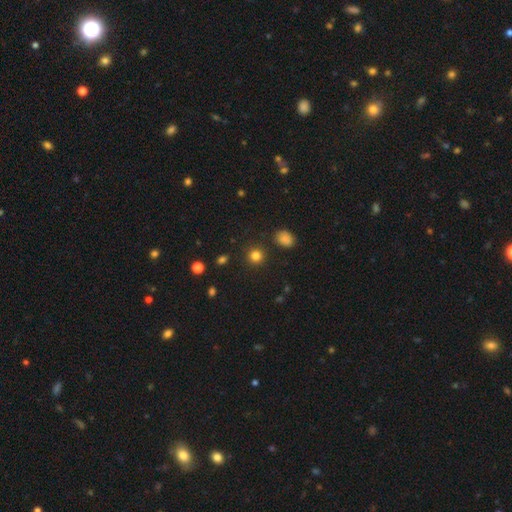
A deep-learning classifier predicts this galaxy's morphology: A smooth galaxy with no disk features (82%) that is round (91%).

Vote fractions:
- Smooth or featured? smooth: 82% / star or artifact: 13% / featured or disk: 5%
- How rounded? round: 91% / in between: 8% / cigar-shaped: 1%
- Merging? none: 89% / minor disturbance: 6% / major disturbance: 2% / merger: 2%